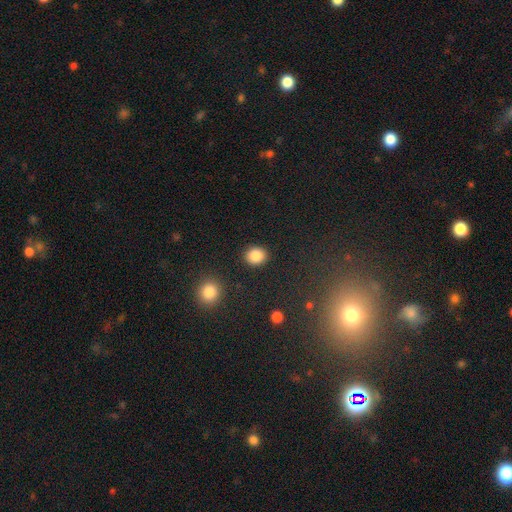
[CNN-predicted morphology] Smooth or featured: smooth — 86% (star or artifact — 9%)
How rounded: round — 70% (in between — 29%)
Merging: none — 89% (minor disturbance — 7%)